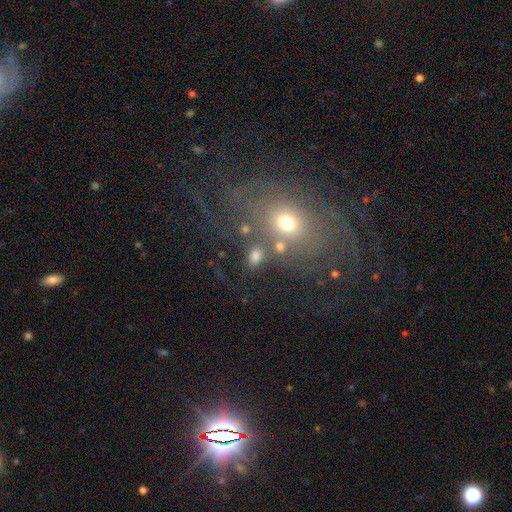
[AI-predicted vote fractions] Overall: smooth (54%; featured or disk 27%). How rounded: in between (62%; round 35%). Merging: none (62%).